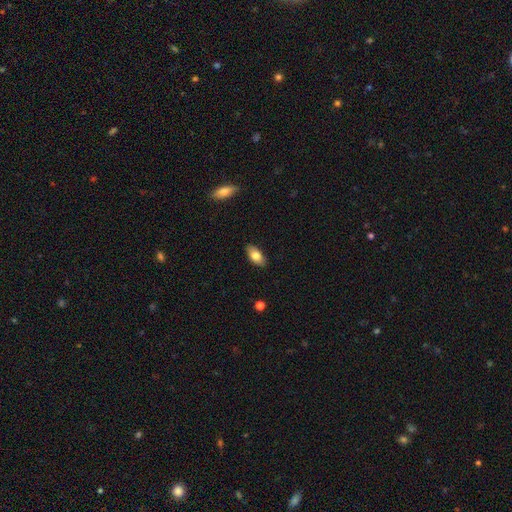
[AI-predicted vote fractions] A smooth galaxy with no disk features (80%) that is in between round and cigar-shaped (91%). Merging: none (87%).